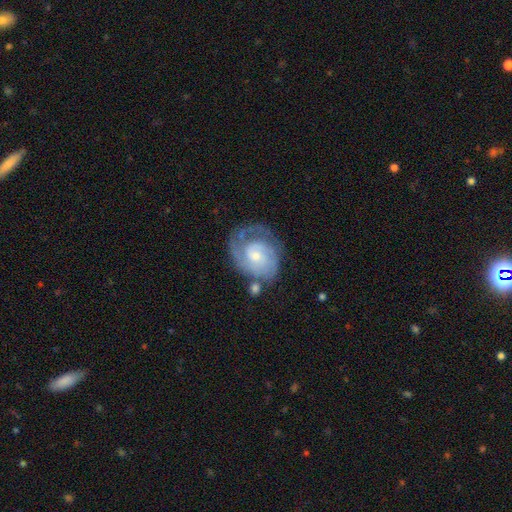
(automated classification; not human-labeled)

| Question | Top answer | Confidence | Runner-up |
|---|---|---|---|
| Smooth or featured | featured or disk | 83% | smooth (12%) |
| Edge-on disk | no | 98% | yes (2%) |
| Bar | no | 63% | weak (32%) |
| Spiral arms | yes | 95% | no (5%) |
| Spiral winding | tight | 64% | medium (29%) |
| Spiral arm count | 2 | 46% | can't tell (22%) |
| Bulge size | small | 56% | moderate (38%) |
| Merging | none | 60% | minor disturbance (20%) |